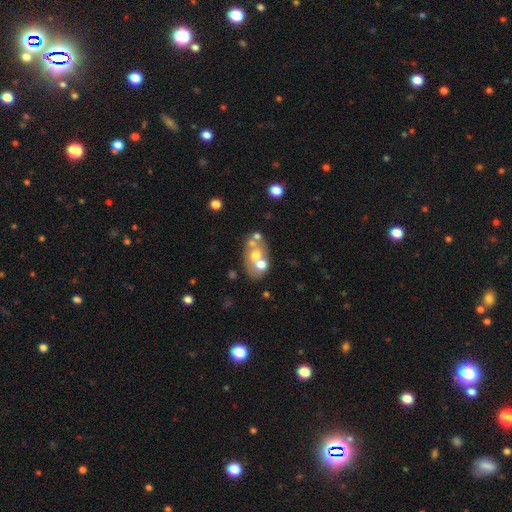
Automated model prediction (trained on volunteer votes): Q: Smooth or featured?
A: smooth (48%); runner-up: featured or disk (41%)
Q: Merging?
A: none (42%); runner-up: merger (39%)